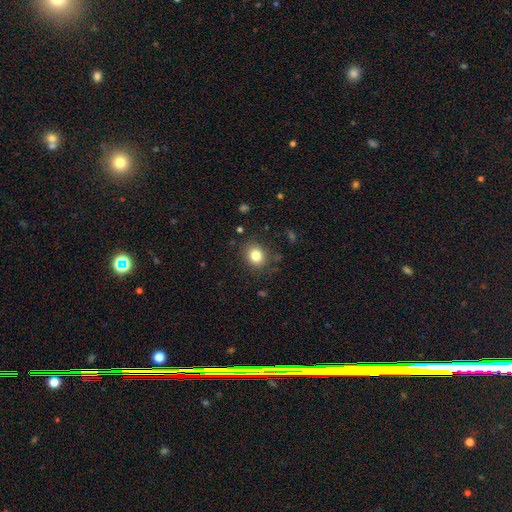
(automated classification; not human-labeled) smooth_or_featured: smooth (p=0.81) [alt: star or artifact p=0.11]
how_rounded: round (p=0.70) [alt: in between p=0.30]
merging: none (p=0.85) [alt: minor disturbance p=0.10]